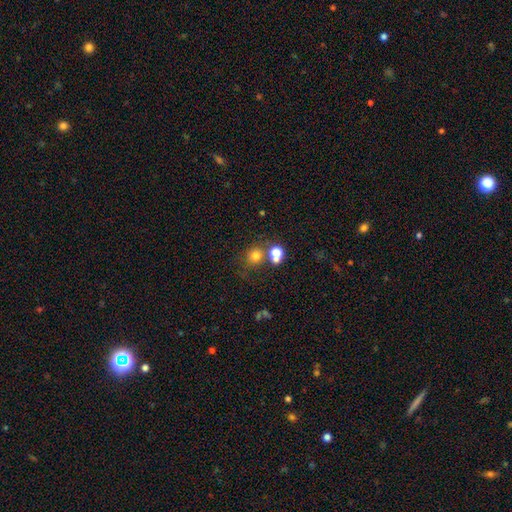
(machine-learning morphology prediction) Smooth or featured: smooth — 75% (star or artifact — 16%)
How rounded: round — 83% (in between — 16%)
Merging: none — 60% (merger — 25%)